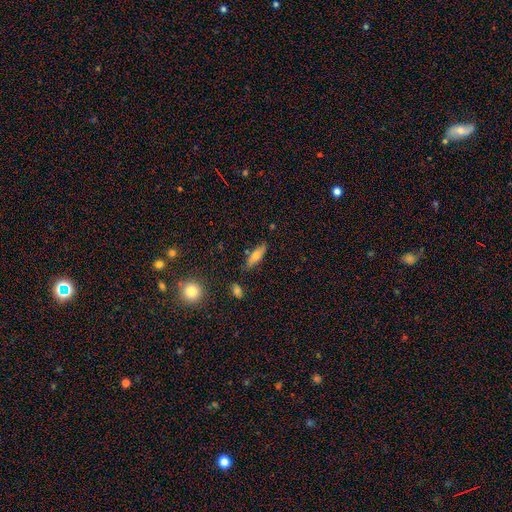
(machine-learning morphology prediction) Q: Smooth or featured?
A: smooth (61%); runner-up: featured or disk (30%)
Q: How rounded?
A: cigar-shaped (50%); runner-up: in between (46%)
Q: Merging?
A: none (82%); runner-up: minor disturbance (13%)